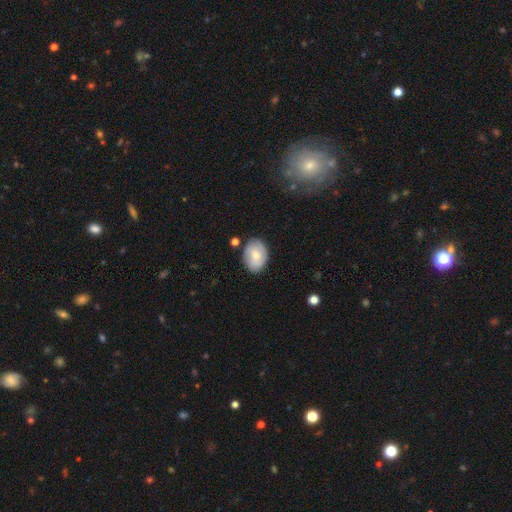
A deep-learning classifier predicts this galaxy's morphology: smooth_or_featured: smooth (p=0.67) [alt: featured or disk p=0.26]
how_rounded: in between (p=0.72) [alt: round p=0.27]
merging: none (p=0.78) [alt: minor disturbance p=0.15]